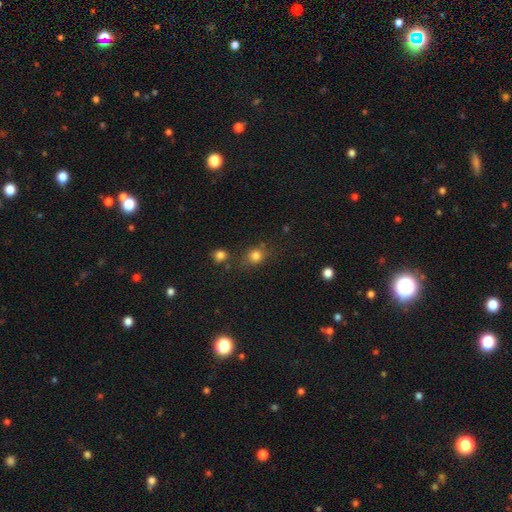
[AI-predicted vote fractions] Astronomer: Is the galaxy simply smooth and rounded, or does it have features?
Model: smooth — 79%.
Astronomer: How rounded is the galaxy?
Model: round — 77%.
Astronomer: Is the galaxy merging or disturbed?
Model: none — 68%.